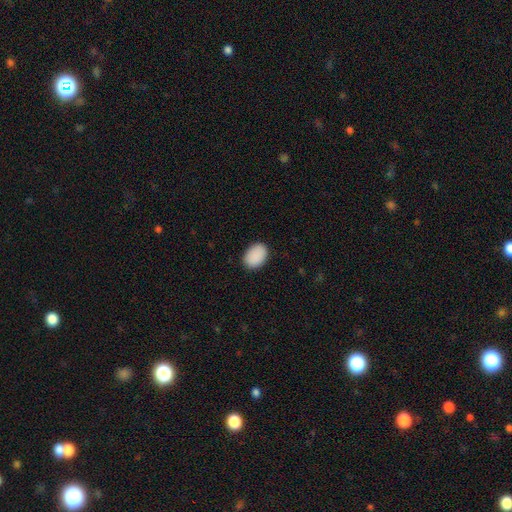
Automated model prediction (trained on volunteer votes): Smooth or featured: smooth — 91% (star or artifact — 7%)
How rounded: in between — 79% (round — 20%)
Merging: none — 88% (minor disturbance — 9%)